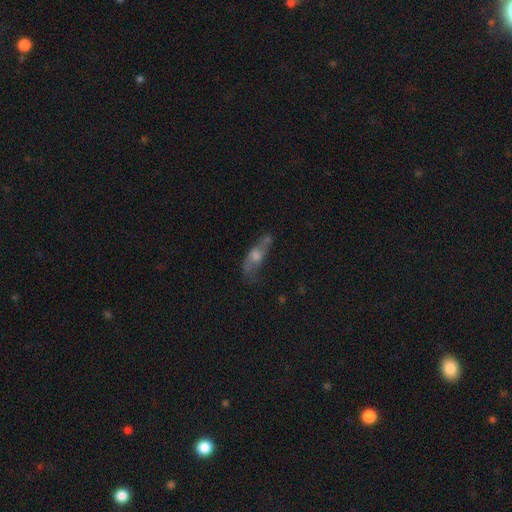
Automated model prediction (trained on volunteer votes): This appears to be a featured or disk galaxy (51%). Merging: none (53%).